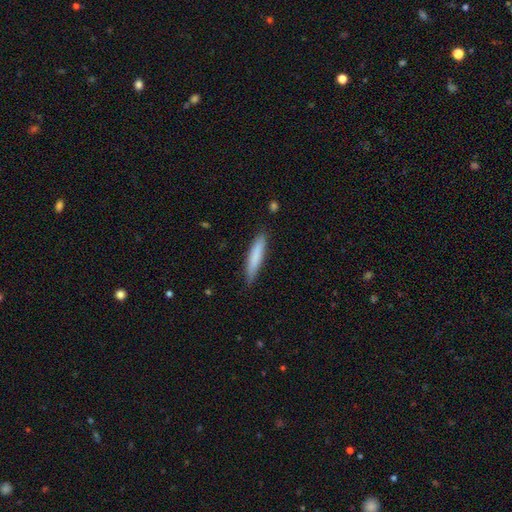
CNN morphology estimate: type=smooth (79%); roundness=cigar-shaped (89%); merging=none (85%).